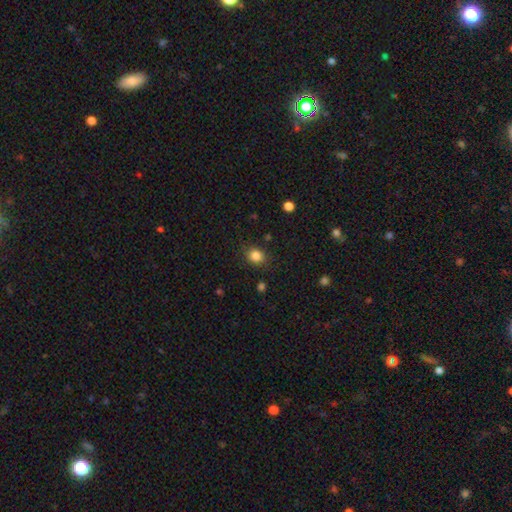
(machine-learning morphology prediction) The model was most divided on "how rounded": round: 67%, in between: 32%, cigar-shaped: 1%. More confident: smooth or featured — smooth (84%); merging — none (84%).